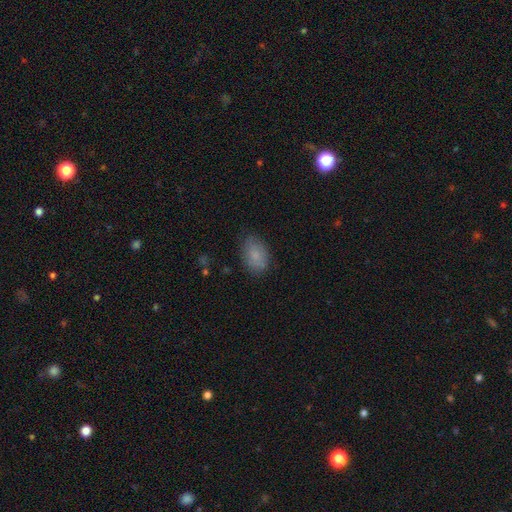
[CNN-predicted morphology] Smooth or featured? smooth (83%)
How rounded? in between (86%)
Merging? none (79%)